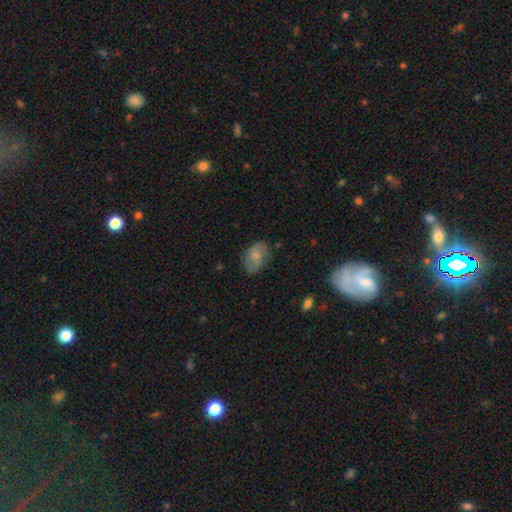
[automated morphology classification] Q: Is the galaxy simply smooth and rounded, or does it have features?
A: smooth — 64%.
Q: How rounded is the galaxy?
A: in between — 85%.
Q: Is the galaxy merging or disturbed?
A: none — 70%.